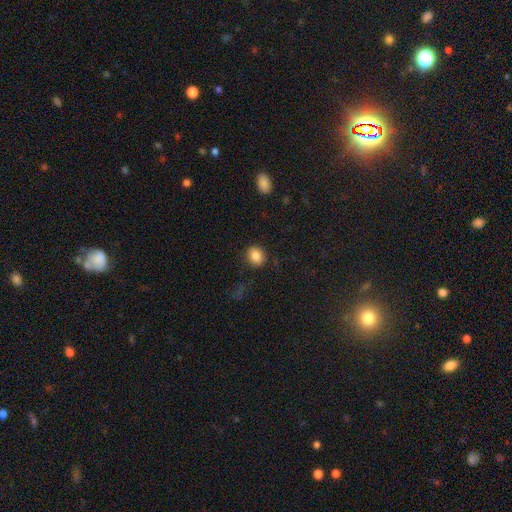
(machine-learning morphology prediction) Q: Smooth or featured?
A: smooth (85%); runner-up: star or artifact (9%)
Q: How rounded?
A: round (58%); runner-up: in between (41%)
Q: Merging?
A: none (87%); runner-up: minor disturbance (9%)